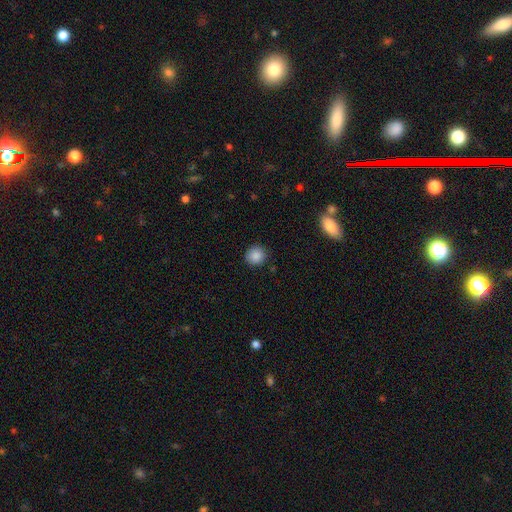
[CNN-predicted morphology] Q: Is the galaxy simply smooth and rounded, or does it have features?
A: smooth — 87%.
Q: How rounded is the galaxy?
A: round — 91%.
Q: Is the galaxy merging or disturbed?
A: none — 90%.